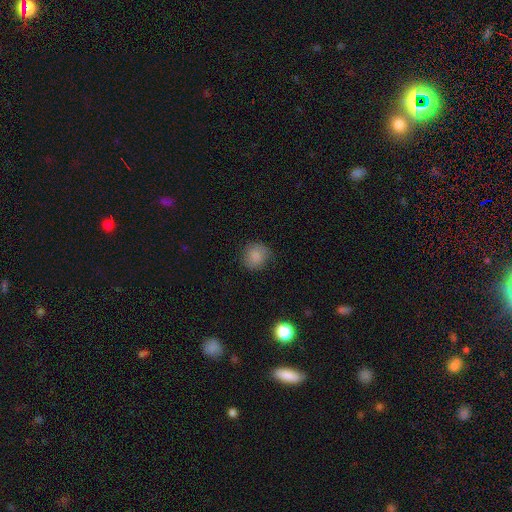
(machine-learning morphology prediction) Smooth or featured: smooth — 84% (star or artifact — 9%)
How rounded: round — 87% (in between — 12%)
Merging: none — 78% (minor disturbance — 17%)